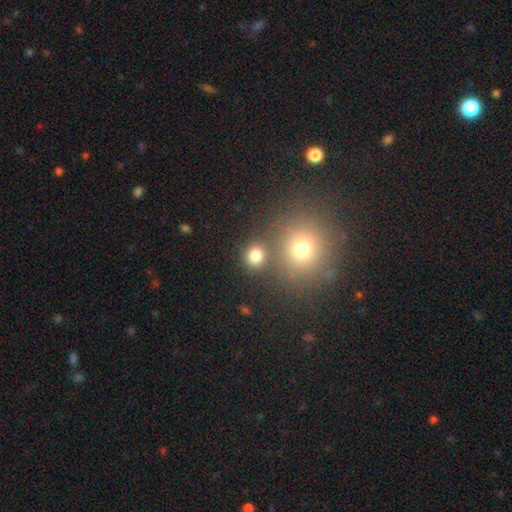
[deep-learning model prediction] Smooth or featured? Predicted: smooth (p=0.81). How rounded? Predicted: round (p=0.83). Merging? Predicted: none (p=0.71).